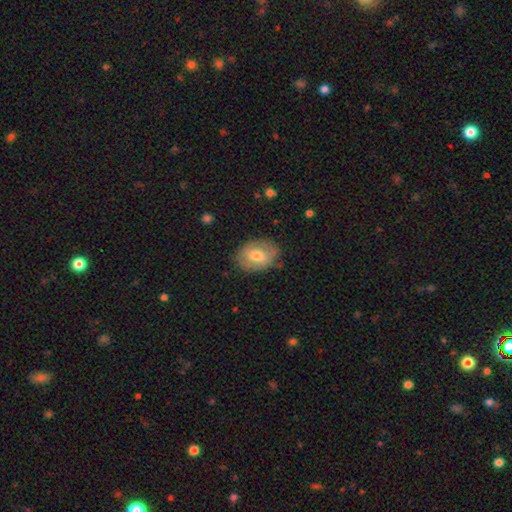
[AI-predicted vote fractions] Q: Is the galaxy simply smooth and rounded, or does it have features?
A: smooth — 57%.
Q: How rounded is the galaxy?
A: in between — 70%.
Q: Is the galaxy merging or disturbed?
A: none — 78%.